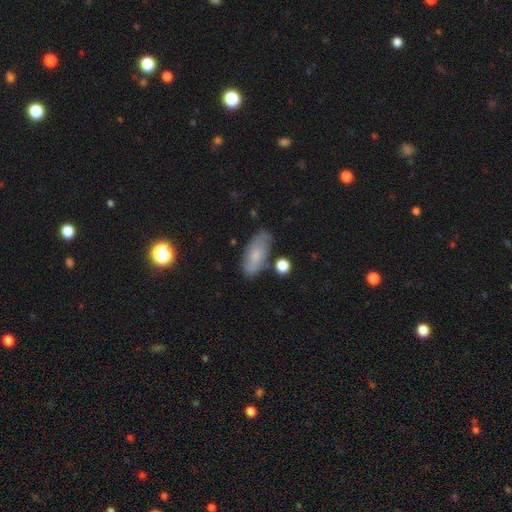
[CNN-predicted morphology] type=smooth (69%); roundness=in between (87%); merging=none (71%).